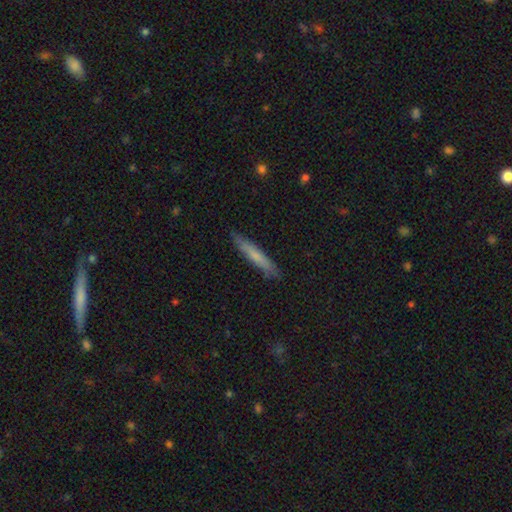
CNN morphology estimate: Overall: smooth (66%; featured or disk 28%). How rounded: cigar-shaped (94%). Merging: none (87%).